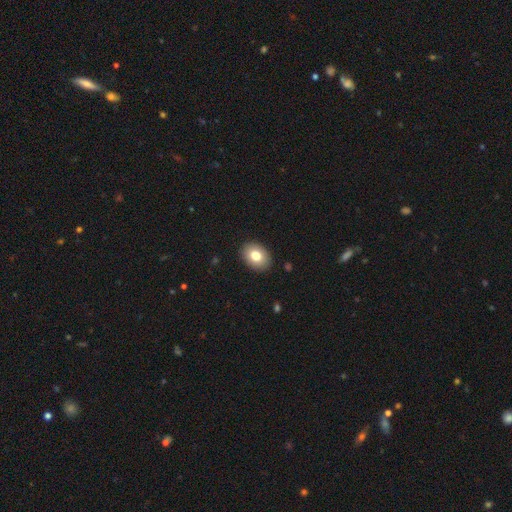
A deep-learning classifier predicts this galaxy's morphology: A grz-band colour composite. It shows a smooth galaxy with no disk features (79%) that is in between round and cigar-shaped (71%). Merging: none (89%).